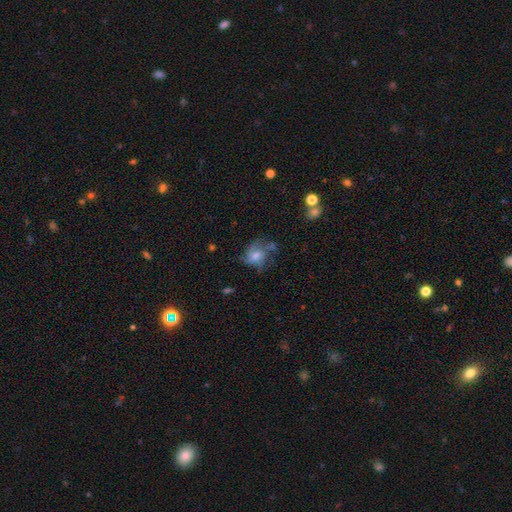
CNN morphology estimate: This appears to be a featured or disk galaxy (53%) with no bar (74%), spiral arms (75%) and a moderate central bulge (50%). Merging: none (46%).